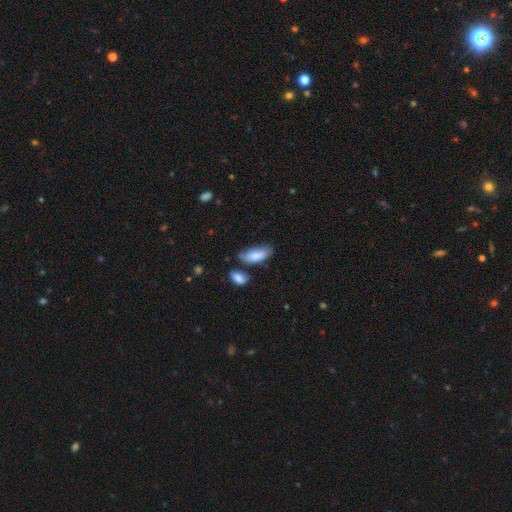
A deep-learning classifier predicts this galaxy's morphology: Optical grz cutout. It shows a smooth galaxy with no disk features (83%) that is in between round and cigar-shaped (84%). Merging: none (58%).